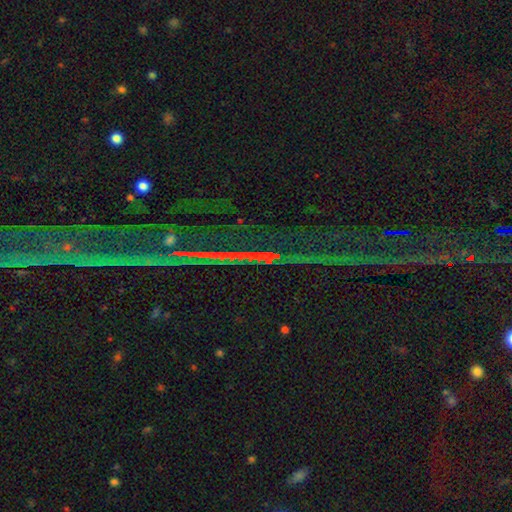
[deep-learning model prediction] This appears to be a star or artifact, not a galaxy (83%).